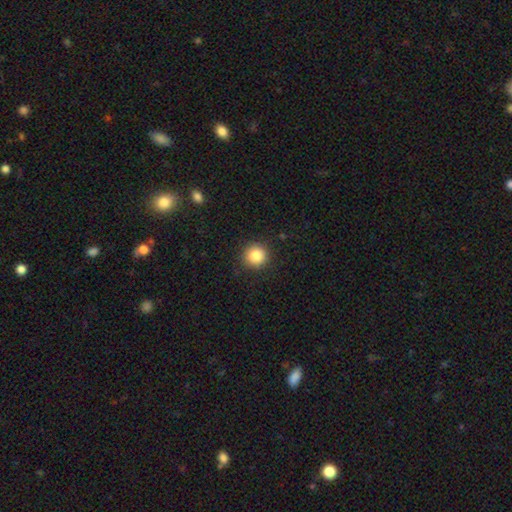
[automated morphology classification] Smooth or featured: smooth — 84% (star or artifact — 10%)
How rounded: round — 94% (in between — 5%)
Merging: none — 91% (minor disturbance — 6%)